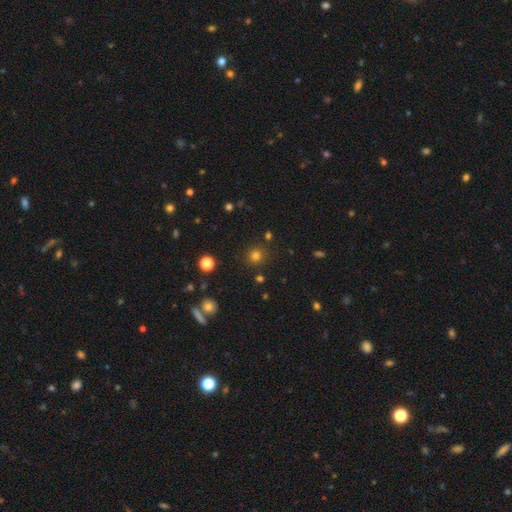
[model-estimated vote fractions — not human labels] smooth 76%, star or artifact 18%, featured or disk 6%. Down the decision tree: how rounded — round (93%); merging — none (88%).